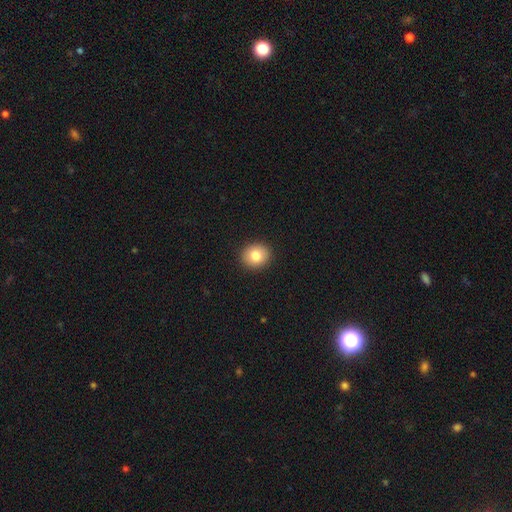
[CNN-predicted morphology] Smooth or featured?
  - smooth: 82% *
  - featured or disk: 9%
  - star or artifact: 9%
How rounded?
  - round: 70% *
  - in between: 29%
  - cigar-shaped: 1%
Merging?
  - none: 92% *
  - minor disturbance: 6%
  - major disturbance: 2%
  - merger: 1%